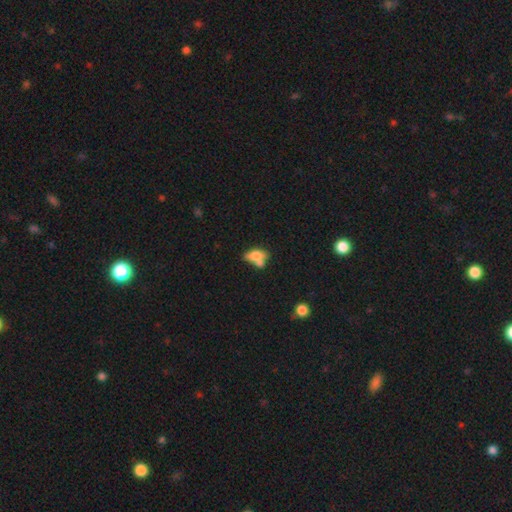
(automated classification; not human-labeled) A smooth galaxy with no disk features (67%) that is in between round and cigar-shaped (82%).

Vote fractions:
- Smooth or featured? smooth: 67% / featured or disk: 25% / star or artifact: 9%
- How rounded? in between: 82% / cigar-shaped: 9% / round: 9%
- Merging? merger: 45% / none: 34% / minor disturbance: 14% / major disturbance: 7%